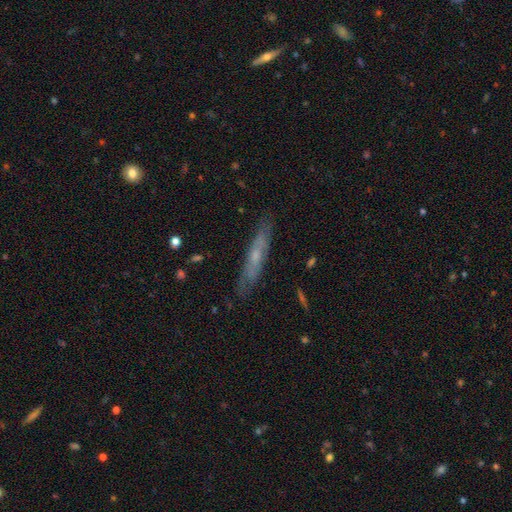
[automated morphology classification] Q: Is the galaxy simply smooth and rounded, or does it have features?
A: featured or disk — 58%.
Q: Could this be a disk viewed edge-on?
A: yes — 72%.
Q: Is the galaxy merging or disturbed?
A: none — 82%.